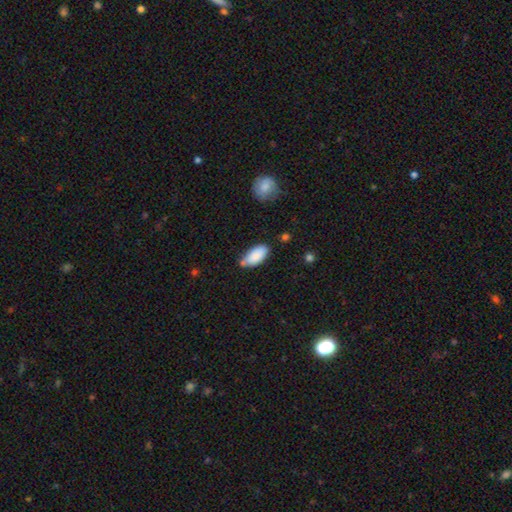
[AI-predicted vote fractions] Smooth or featured? smooth (87%)
How rounded? in between (91%)
Merging? none (63%)